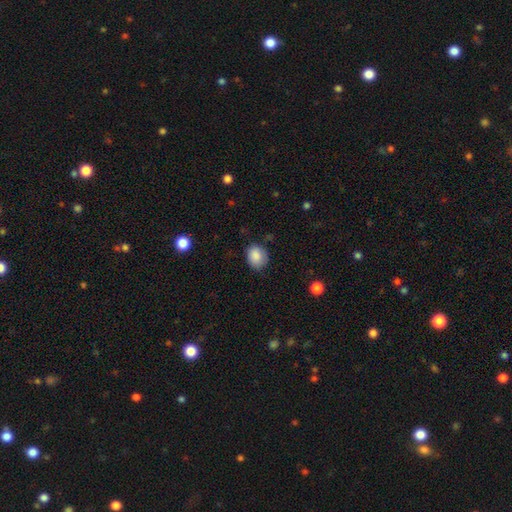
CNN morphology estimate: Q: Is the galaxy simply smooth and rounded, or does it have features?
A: smooth — 87%.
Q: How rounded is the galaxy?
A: round — 55%.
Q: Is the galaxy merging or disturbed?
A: none — 74%.